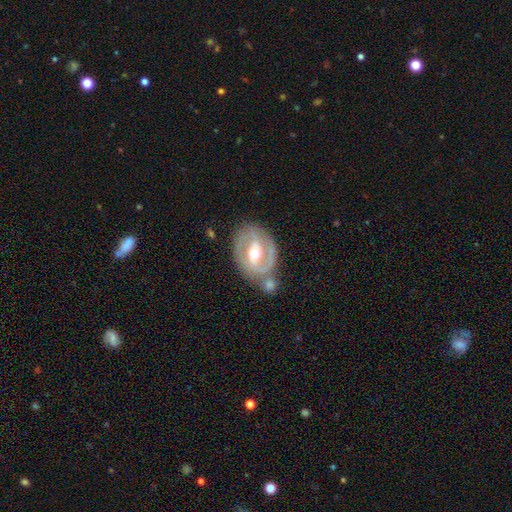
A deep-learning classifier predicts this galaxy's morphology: smooth-or-featured: featured or disk: 81% | smooth: 14% | star or artifact: 5%
  disk-edge-on: no: 95% | yes: 5%
    bar: strong: 42% | weak: 39% | no: 19%
    has-spiral-arms: yes: 75% | no: 25%
      spiral-winding: tight: 56% | medium: 34% | loose: 10%
      spiral-arm-count: 2: 71% | can't tell: 15% | 1: 8% | 3: 3% | 4: 1% | more than 4: 1%
    bulge-size: moderate: 72% | small: 23% | large: 4% | none: 1% | dominant: 1%
  merging: none: 58% | minor disturbance: 17% | merger: 17% | major disturbance: 7%